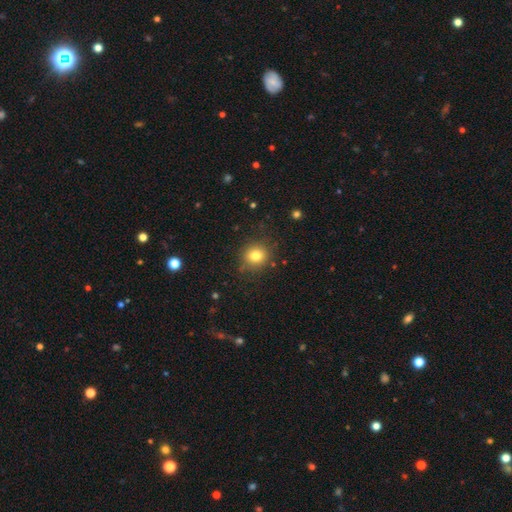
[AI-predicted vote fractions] Morphology: type=smooth (80%); roundness=round (82%); merging=none (82%).